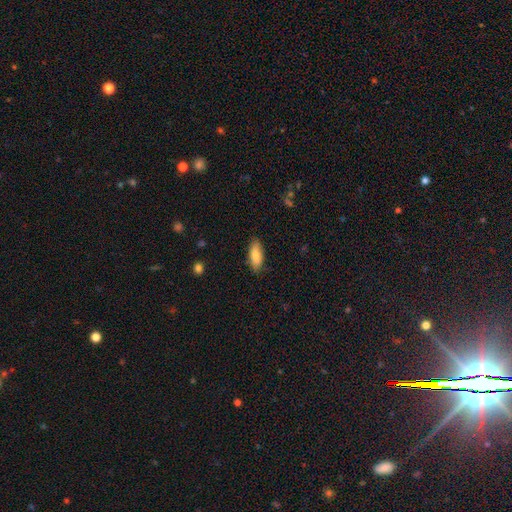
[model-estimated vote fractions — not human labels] Q: Smooth or featured?
A: smooth (82%); runner-up: featured or disk (12%)
Q: How rounded?
A: in between (75%); runner-up: cigar-shaped (23%)
Q: Merging?
A: none (85%); runner-up: minor disturbance (12%)